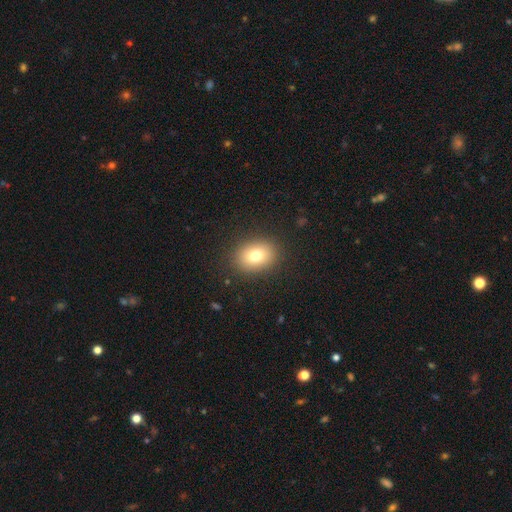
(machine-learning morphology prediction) Smooth or featured?
  - smooth: 77% *
  - featured or disk: 12%
  - star or artifact: 12%
How rounded?
  - in between: 58% *
  - round: 41%
  - cigar-shaped: 1%
Merging?
  - none: 88% *
  - minor disturbance: 8%
  - major disturbance: 3%
  - merger: 1%